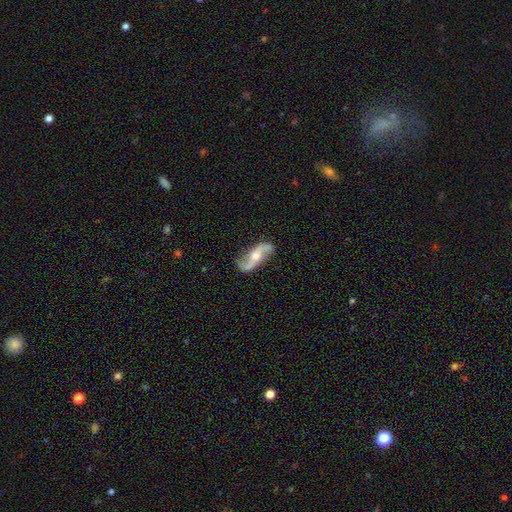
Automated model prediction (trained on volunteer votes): Q: Smooth or featured?
A: featured or disk (87%); runner-up: smooth (8%)
Q: Edge-on disk?
A: no (94%); runner-up: yes (6%)
Q: Bar?
A: no (49%); runner-up: weak (35%)
Q: Spiral arms?
A: yes (96%); runner-up: no (4%)
Q: Spiral winding?
A: loose (78%); runner-up: medium (17%)
Q: Spiral arm count?
A: 2 (94%); runner-up: can't tell (2%)
Q: Bulge size?
A: moderate (61%); runner-up: small (25%)
Q: Merging?
A: none (81%); runner-up: minor disturbance (13%)